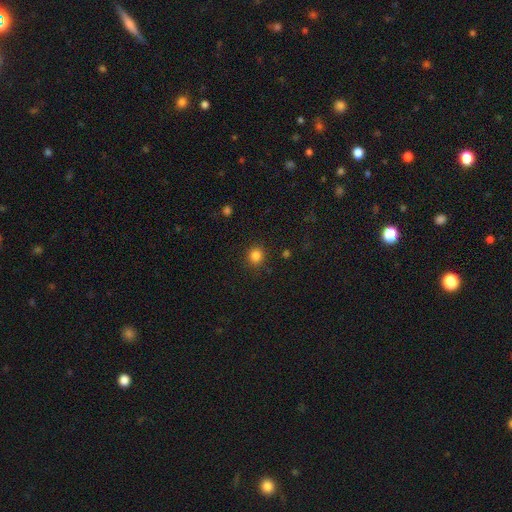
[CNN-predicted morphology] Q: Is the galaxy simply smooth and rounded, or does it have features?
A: smooth — 84%.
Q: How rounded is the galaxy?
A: round — 88%.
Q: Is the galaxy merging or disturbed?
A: none — 89%.